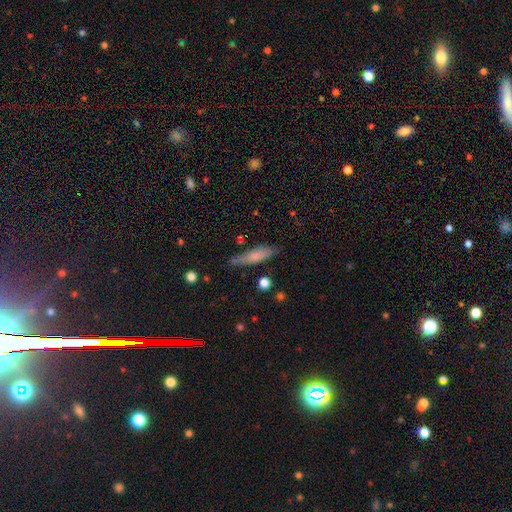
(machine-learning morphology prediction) smooth-or-featured: smooth: 72% | featured or disk: 21% | star or artifact: 7%
  how-rounded: cigar-shaped: 70% | in between: 28% | round: 2%
  merging: none: 73% | minor disturbance: 19% | major disturbance: 4% | merger: 4%